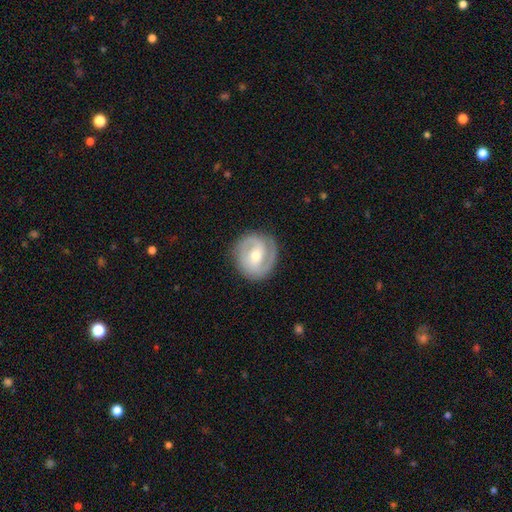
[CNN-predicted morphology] smooth_or_featured: featured or disk (p=0.79) [alt: smooth p=0.15]
disk_edge_on: no (p=0.97) [alt: yes p=0.03]
bar: weak (p=0.46) [alt: no p=0.29]
has_spiral_arms: yes (p=0.92) [alt: no p=0.08]
spiral_winding: tight (p=0.48) [alt: medium p=0.41]
spiral_arm_count: 2 (p=0.77) [alt: can't tell p=0.08]
bulge_size: moderate (p=0.59) [alt: small p=0.37]
merging: none (p=0.84) [alt: minor disturbance p=0.11]